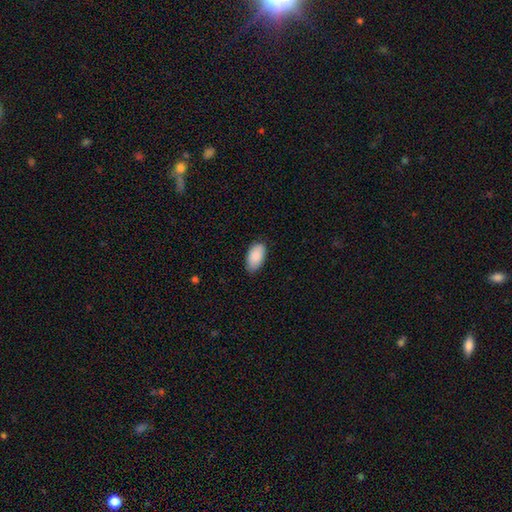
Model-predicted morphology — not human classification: Q: Smooth or featured?
A: smooth (89%); runner-up: star or artifact (6%)
Q: How rounded?
A: in between (95%); runner-up: round (3%)
Q: Merging?
A: none (83%); runner-up: minor disturbance (14%)